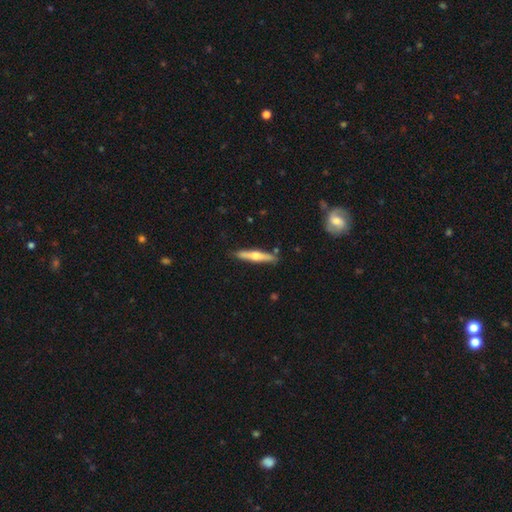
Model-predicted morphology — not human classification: type=featured or disk (55%); edge-on=yes (95%); edge-on bulge=rounded (88%); merging=none (86%).